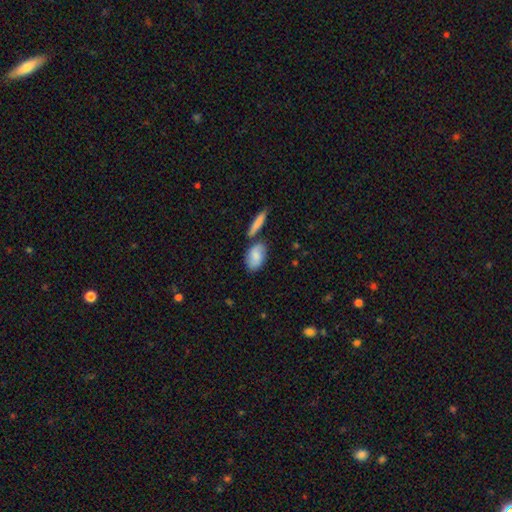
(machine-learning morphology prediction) A smooth galaxy with no disk features (73%) that is in between round and cigar-shaped (87%).

Vote fractions:
- Smooth or featured? smooth: 73% / featured or disk: 21% / star or artifact: 6%
- How rounded? in between: 87% / round: 8% / cigar-shaped: 5%
- Merging? none: 61% / merger: 20% / minor disturbance: 15% / major disturbance: 4%